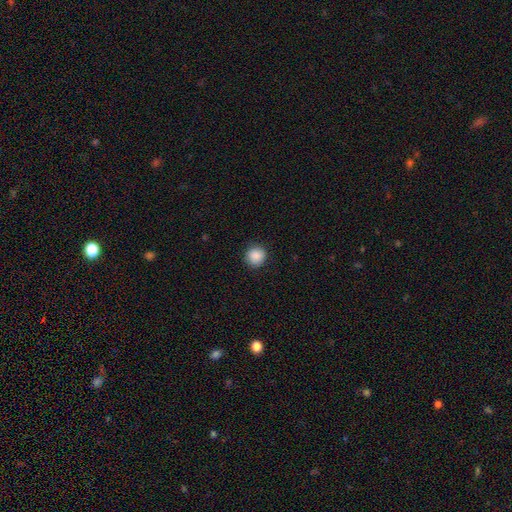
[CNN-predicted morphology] This appears to be a smooth galaxy with no disk features (89%) that is round (93%). Merging: none (89%).